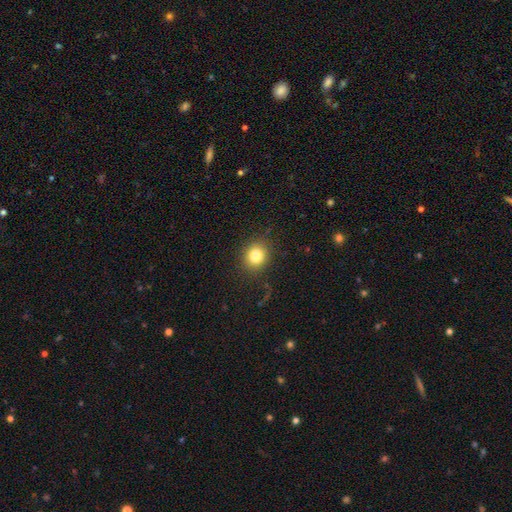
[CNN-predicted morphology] type=smooth (82%); roundness=round (78%); merging=none (86%).